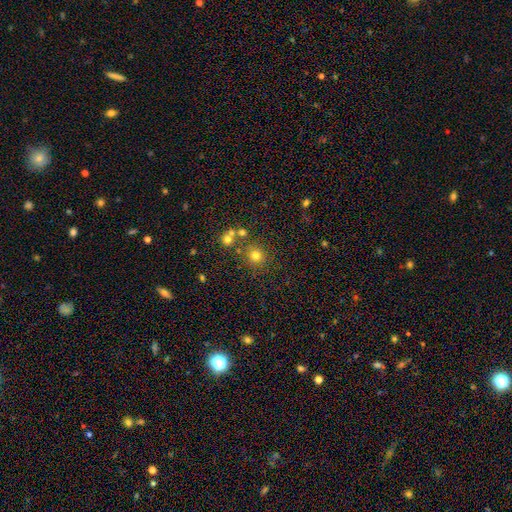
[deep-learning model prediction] A smooth galaxy with no disk features (74%) that is round (90%). Merging: none (76%).